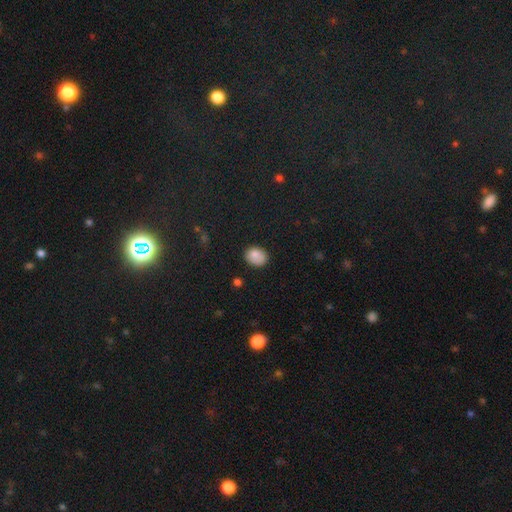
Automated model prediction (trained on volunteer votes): smooth 84%, star or artifact 9%, featured or disk 7%. Down the decision tree: how rounded — in between (55%); merging — none (78%).